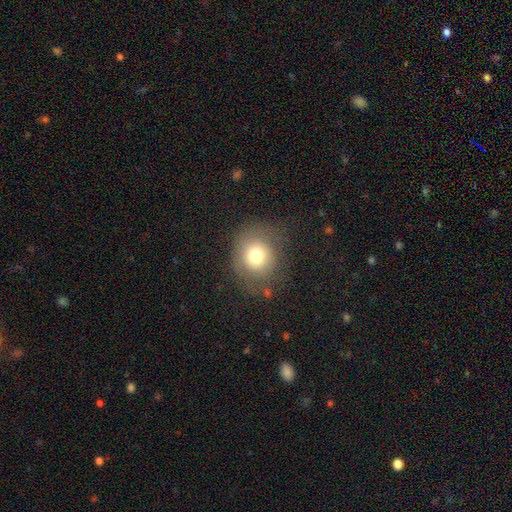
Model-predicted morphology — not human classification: The model was most divided on "merging": none: 70%, minor disturbance: 18%, major disturbance: 10%, merger: 2%. More confident: how rounded — round (76%); smooth or featured — smooth (73%).